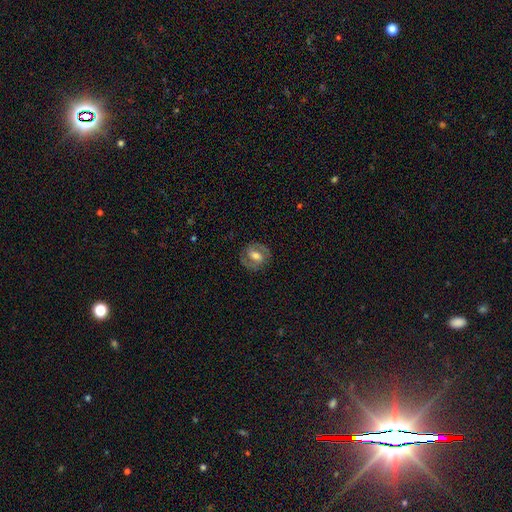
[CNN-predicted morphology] Smooth or featured?
  - featured or disk: 70% *
  - smooth: 23%
  - star or artifact: 7%
Edge-on disk?
  - no: 96% *
  - yes: 4%
Bar?
  - weak: 43% *
  - strong: 35%
  - no: 22%
Spiral arms?
  - yes: 83% *
  - no: 17%
Spiral winding?
  - medium: 48% *
  - tight: 39%
  - loose: 13%
Spiral arm count?
  - 2: 87% *
  - can't tell: 7%
  - 1: 3%
  - 3: 1%
  - 4: 1%
  - more than 4: 1%
Bulge size?
  - moderate: 59% *
  - large: 19%
  - small: 17%
  - none: 3%
  - dominant: 2%
Merging?
  - none: 81% *
  - minor disturbance: 12%
  - major disturbance: 6%
  - merger: 1%